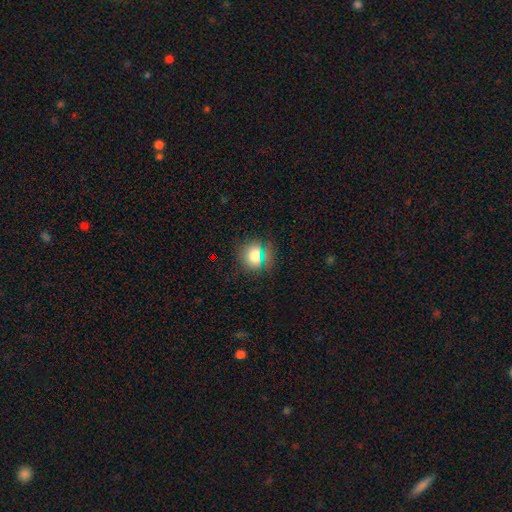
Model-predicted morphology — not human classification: Smooth or featured?
  - smooth: 73% *
  - star or artifact: 19%
  - featured or disk: 8%
How rounded?
  - round: 83% *
  - in between: 16%
  - cigar-shaped: 2%
Merging?
  - none: 83% *
  - minor disturbance: 11%
  - major disturbance: 4%
  - merger: 3%